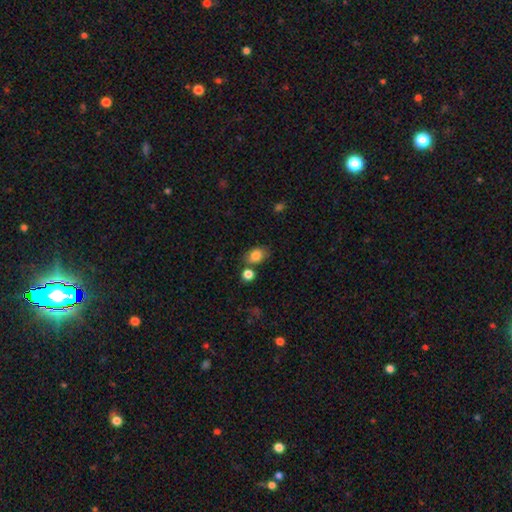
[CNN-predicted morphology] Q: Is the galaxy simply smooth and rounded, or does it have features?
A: smooth — 83%.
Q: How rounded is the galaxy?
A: in between — 73%.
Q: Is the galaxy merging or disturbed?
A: none — 68%.